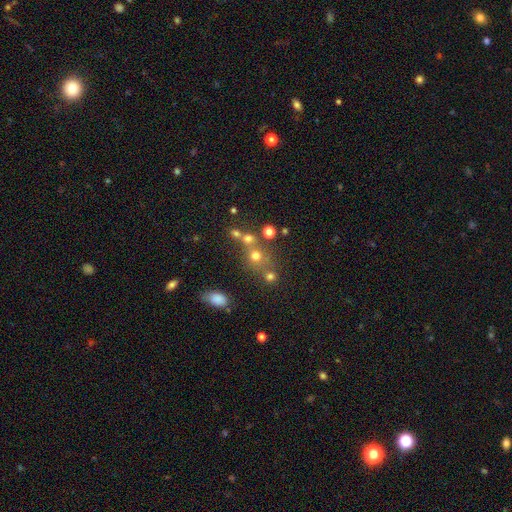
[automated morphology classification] This is likely a smooth galaxy (62%). How rounded: likely round (79%). Merging: possibly none (53%).